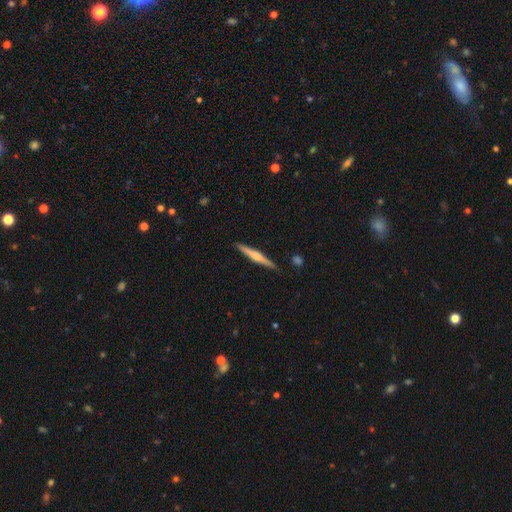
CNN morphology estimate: A featured or disk galaxy (59%) viewed edge-on (98%) with a rounded central bulge (71%).

Vote fractions:
- Smooth or featured? featured or disk: 59% / smooth: 36% / star or artifact: 5%
- Edge-on disk? yes: 98% / no: 2%
- Edge-on bulge? rounded: 71% / none: 16% / boxy: 13%
- Merging? none: 89% / minor disturbance: 8% / major disturbance: 2% / merger: 1%